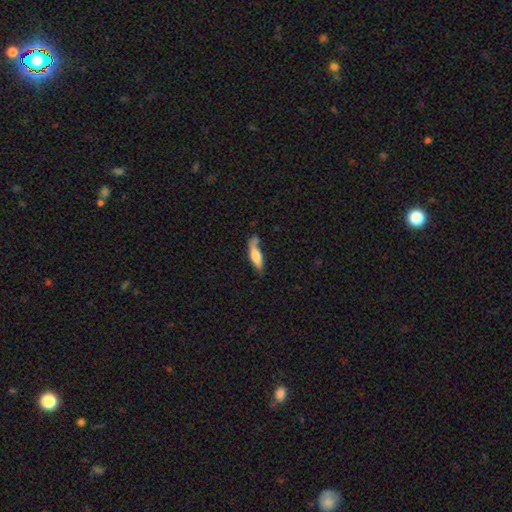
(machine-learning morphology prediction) Smooth or featured? smooth (67%)
How rounded? cigar-shaped (60%)
Merging? none (49%)